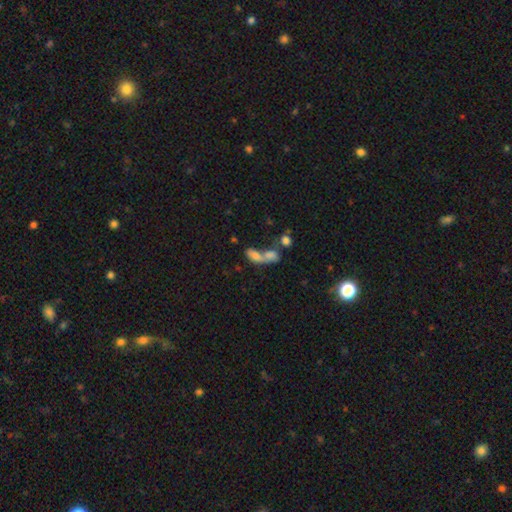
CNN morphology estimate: A smooth galaxy with no disk features (63%) that is in between round and cigar-shaped (75%).

Vote fractions:
- Smooth or featured? smooth: 63% / featured or disk: 24% / star or artifact: 13%
- How rounded? in between: 75% / cigar-shaped: 15% / round: 10%
- Merging? merger: 69% / none: 16% / major disturbance: 9% / minor disturbance: 7%